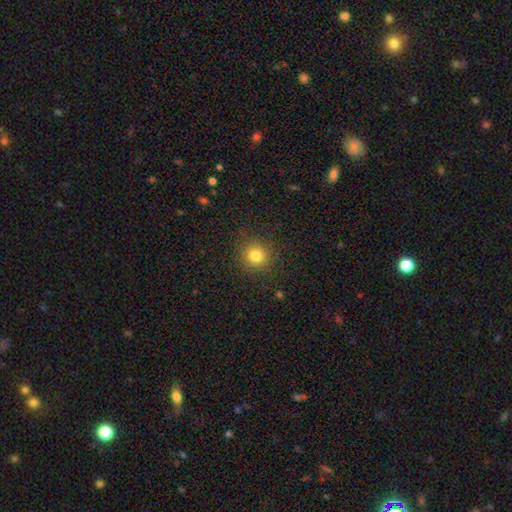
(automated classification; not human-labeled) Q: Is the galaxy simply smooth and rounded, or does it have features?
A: smooth — 81%.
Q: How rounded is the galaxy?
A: round — 92%.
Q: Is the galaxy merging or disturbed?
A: none — 89%.